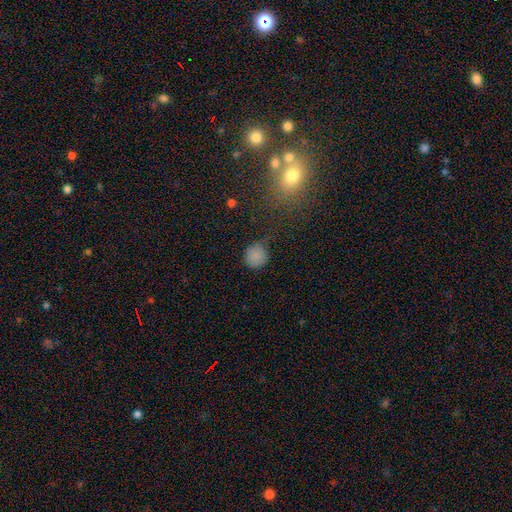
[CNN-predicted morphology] A smooth galaxy with no disk features (83%) that is round (87%).

Vote fractions:
- Smooth or featured? smooth: 83% / star or artifact: 11% / featured or disk: 6%
- How rounded? round: 87% / in between: 12% / cigar-shaped: 1%
- Merging? none: 61% / minor disturbance: 29% / major disturbance: 8% / merger: 3%